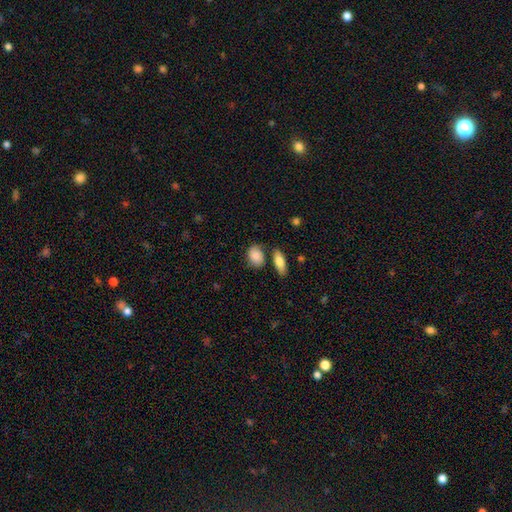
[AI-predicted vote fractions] Smooth or featured? Predicted: smooth (p=0.85). How rounded? Predicted: in between (p=0.70). Merging? Predicted: none (p=0.67).